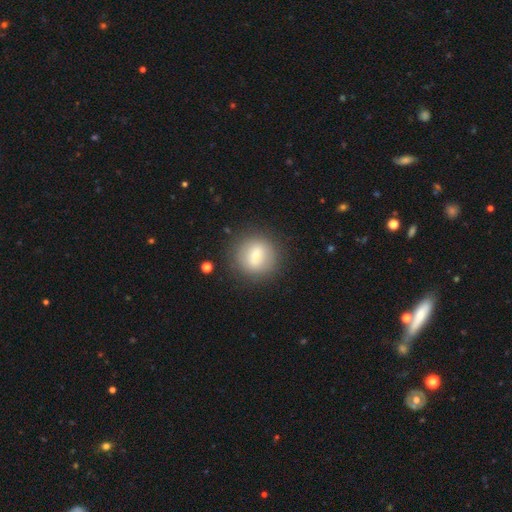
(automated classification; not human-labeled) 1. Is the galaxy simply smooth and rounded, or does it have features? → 66% smooth, 25% featured or disk, 9% star or artifact.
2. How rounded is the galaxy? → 92% round, 7% in between, 1% cigar-shaped.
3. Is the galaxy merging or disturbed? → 83% none, 9% minor disturbance, 5% major disturbance, 3% merger.